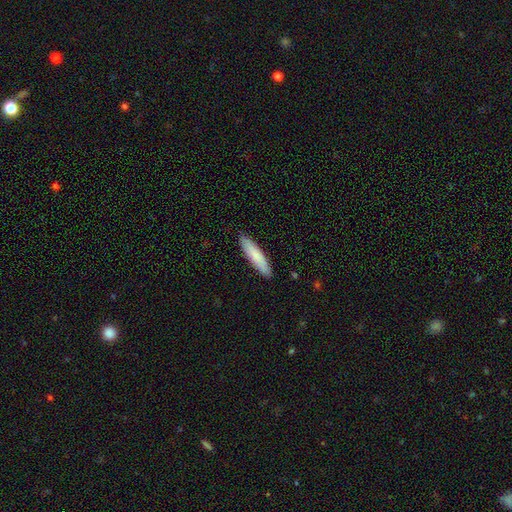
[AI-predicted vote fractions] A smooth galaxy with no disk features (81%) that is cigar-shaped (82%). Merging: none (90%).